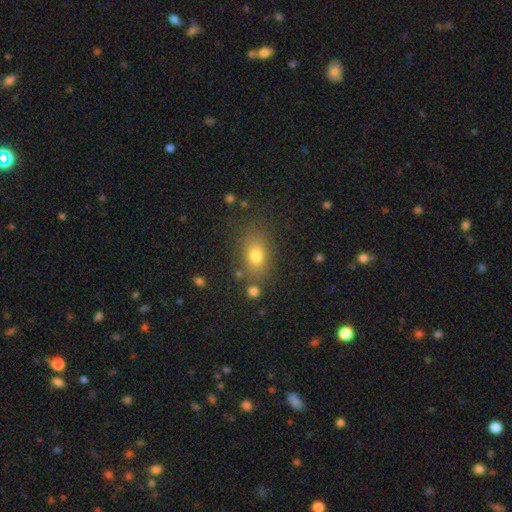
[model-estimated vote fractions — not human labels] Smooth or featured: smooth — 75% (star or artifact — 13%)
How rounded: in between — 75% (round — 21%)
Merging: none — 78% (minor disturbance — 13%)